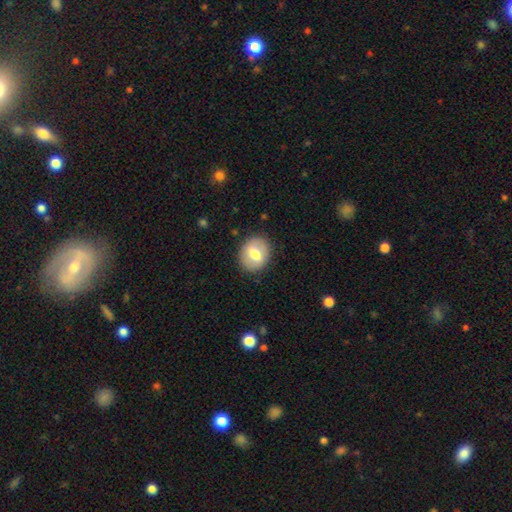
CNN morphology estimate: smooth_or_featured: smooth (p=0.65) [alt: featured or disk p=0.28]
how_rounded: round (p=0.58) [alt: in between p=0.41]
merging: none (p=0.86) [alt: minor disturbance p=0.09]